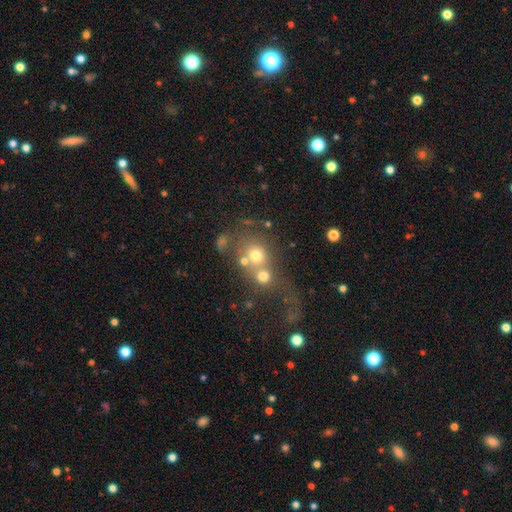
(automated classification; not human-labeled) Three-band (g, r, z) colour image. It shows a smooth galaxy with no disk features (61%) that is round (79%). Merging: merger (50%).